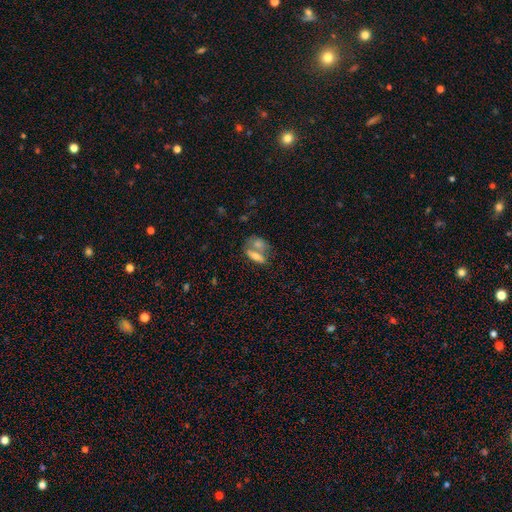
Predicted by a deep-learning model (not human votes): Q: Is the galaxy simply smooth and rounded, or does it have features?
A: smooth — 64%.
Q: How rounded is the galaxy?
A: in between — 70%.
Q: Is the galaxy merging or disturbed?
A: merger — 56%.